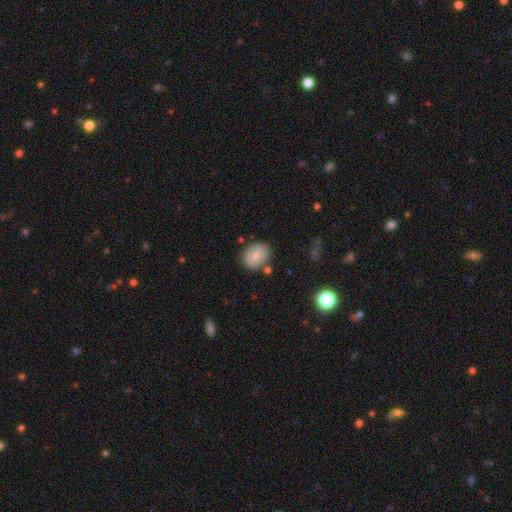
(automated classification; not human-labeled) Overall: smooth (71%). How rounded: round (59%; in between 40%). Merging: none (78%).